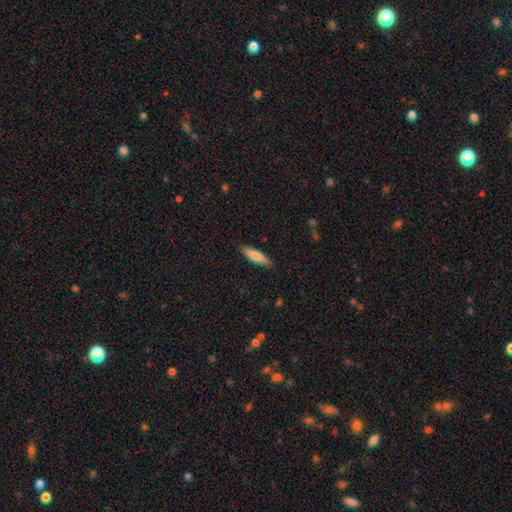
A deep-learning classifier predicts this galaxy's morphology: smooth 76%, featured or disk 18%, star or artifact 6%. Down the decision tree: how rounded — cigar-shaped (73%); merging — none (88%).